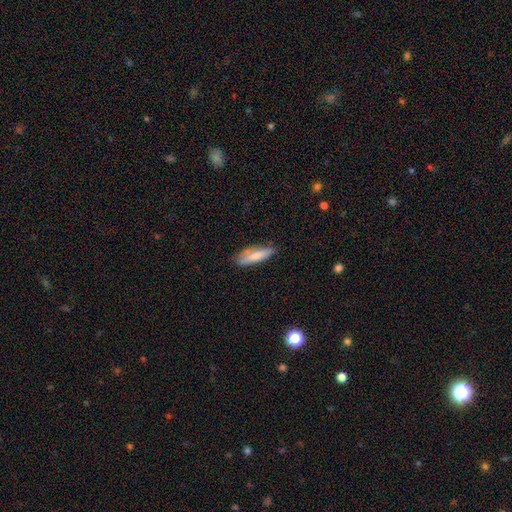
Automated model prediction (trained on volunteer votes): This appears to be a smooth galaxy with no disk features (79%) that is cigar-shaped (56%). Merging: none (70%).